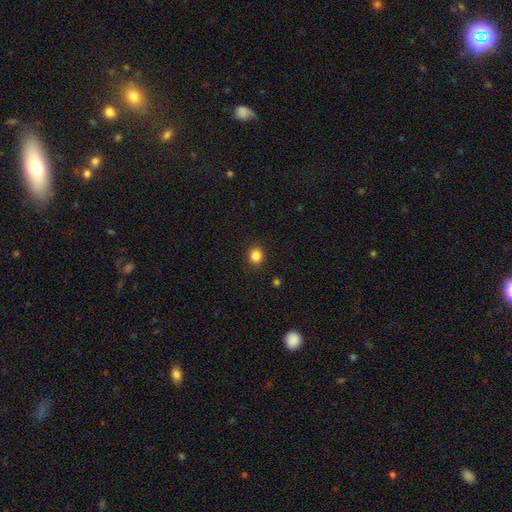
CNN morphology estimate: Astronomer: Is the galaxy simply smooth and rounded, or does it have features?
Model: smooth — 85%.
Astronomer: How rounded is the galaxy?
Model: round — 80%.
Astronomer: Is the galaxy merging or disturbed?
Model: none — 91%.